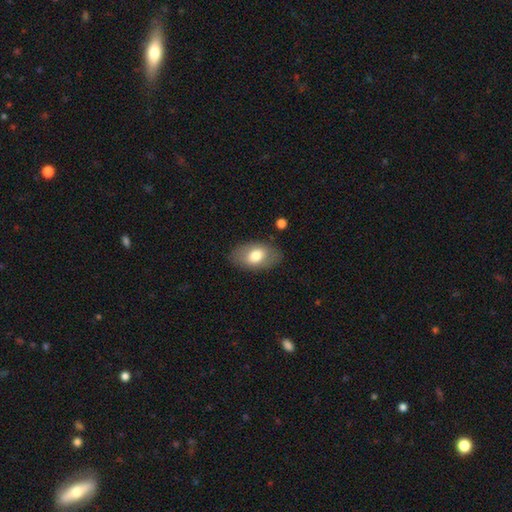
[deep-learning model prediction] A smooth galaxy with no disk features (72%) that is in between round and cigar-shaped (92%). Merging: none (82%).